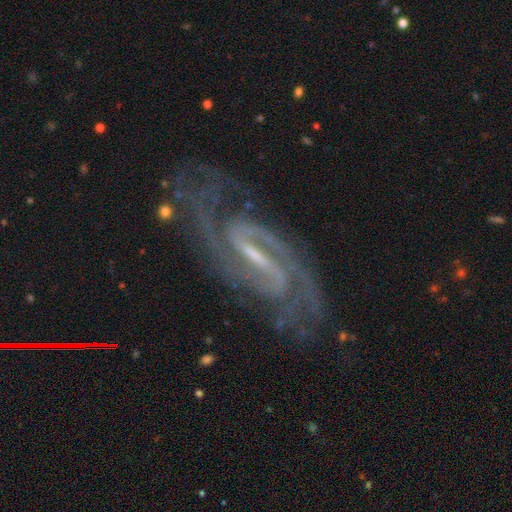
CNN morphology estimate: Smooth or featured: featured or disk — 93% (star or artifact — 5%)
Edge-on disk: no — 96% (yes — 4%)
Bar: strong — 57% (weak — 34%)
Spiral arms: yes — 99% (no — 1%)
Spiral winding: medium — 52% (tight — 39%)
Spiral arm count: 2 — 86% (3 — 5%)
Bulge size: small — 64% (moderate — 18%)
Merging: none — 75% (minor disturbance — 16%)